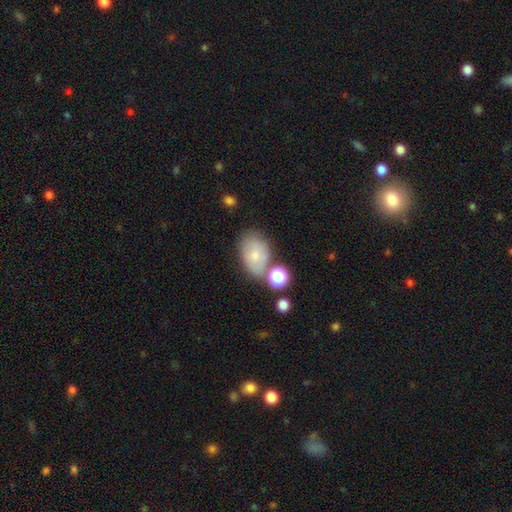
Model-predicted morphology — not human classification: This is likely a smooth galaxy (68%). How rounded: clearly in between (80%). Merging: possibly none (54%).